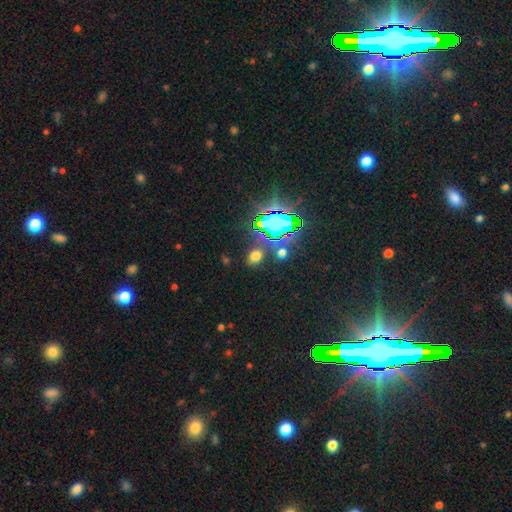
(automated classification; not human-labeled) This appears to be a smooth galaxy with no disk features (56%) that is in between round and cigar-shaped (65%). Merging: none (79%).